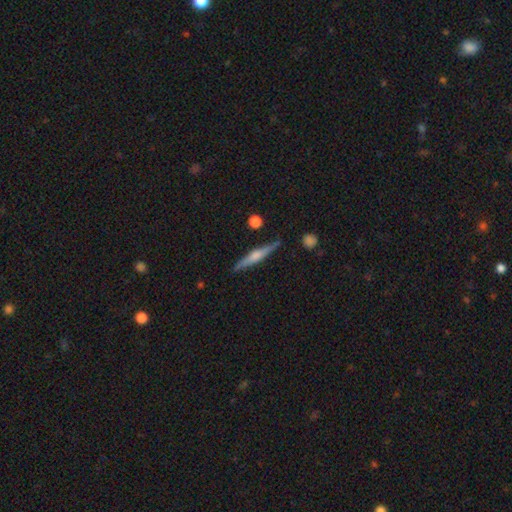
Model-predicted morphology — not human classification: A featured or disk galaxy (64%) viewed edge-on (97%) with a rounded central bulge (74%).

Vote fractions:
- Smooth or featured? featured or disk: 64% / smooth: 30% / star or artifact: 6%
- Edge-on disk? yes: 97% / no: 3%
- Edge-on bulge? rounded: 74% / boxy: 14% / none: 11%
- Merging? none: 87% / minor disturbance: 9% / merger: 2% / major disturbance: 2%